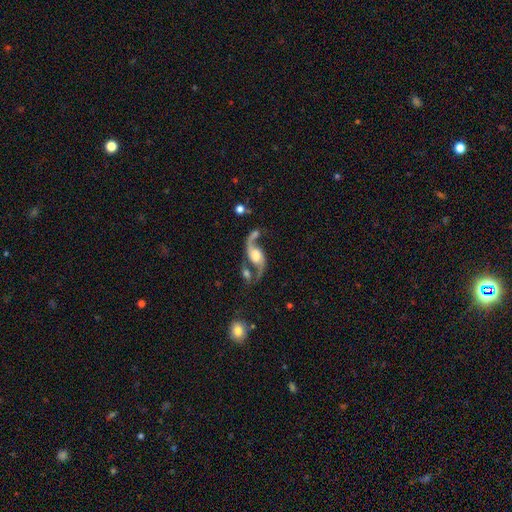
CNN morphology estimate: Q: Smooth or featured?
A: featured or disk (88%); runner-up: smooth (6%)
Q: Edge-on disk?
A: no (96%); runner-up: yes (4%)
Q: Bar?
A: no (56%); runner-up: weak (30%)
Q: Spiral arms?
A: yes (96%); runner-up: no (4%)
Q: Spiral winding?
A: loose (80%); runner-up: medium (16%)
Q: Spiral arm count?
A: 2 (93%); runner-up: 1 (3%)
Q: Bulge size?
A: moderate (48%); runner-up: large (28%)
Q: Merging?
A: none (50%); runner-up: merger (24%)